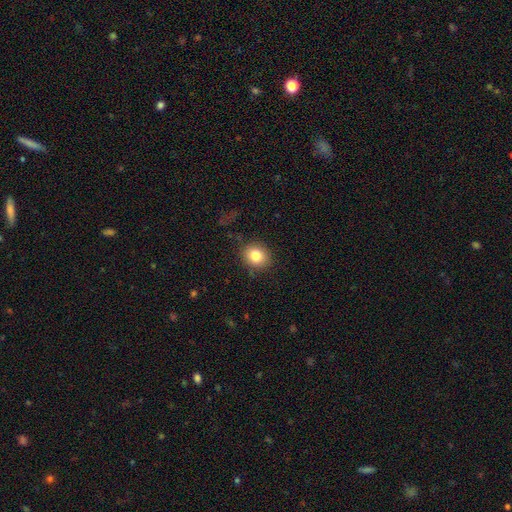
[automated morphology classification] Q: Smooth or featured?
A: smooth (82%); runner-up: star or artifact (10%)
Q: How rounded?
A: round (69%); runner-up: in between (30%)
Q: Merging?
A: none (85%); runner-up: minor disturbance (10%)